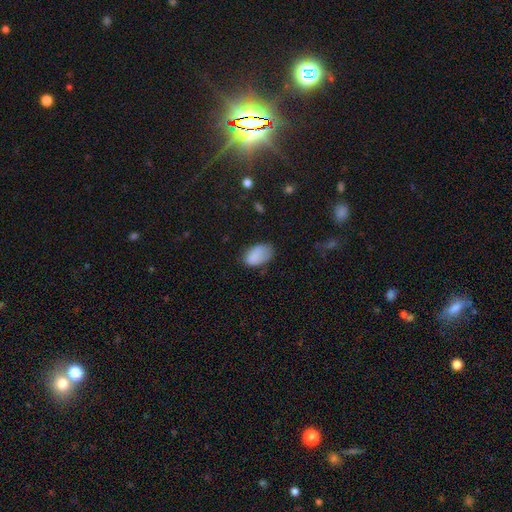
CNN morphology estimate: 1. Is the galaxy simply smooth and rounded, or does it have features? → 85% smooth, 8% star or artifact, 7% featured or disk.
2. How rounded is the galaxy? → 92% in between, 7% round, 1% cigar-shaped.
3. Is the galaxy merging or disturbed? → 61% none, 28% minor disturbance, 9% major disturbance, 2% merger.